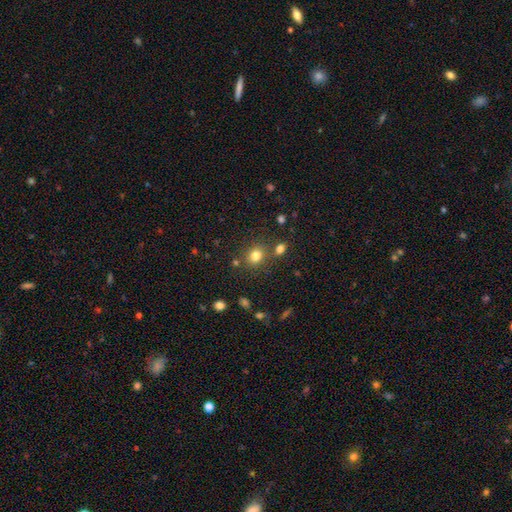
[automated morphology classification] type=smooth (80%); roundness=round (71%); merging=none (75%).